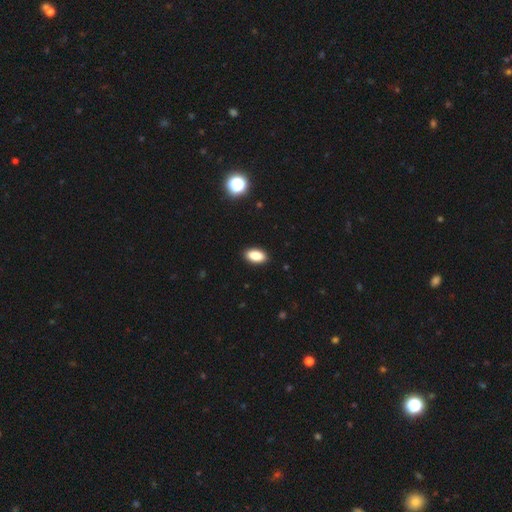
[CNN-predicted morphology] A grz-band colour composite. It shows a smooth galaxy with no disk features (88%) that is in between round and cigar-shaped (93%). Merging: none (90%).